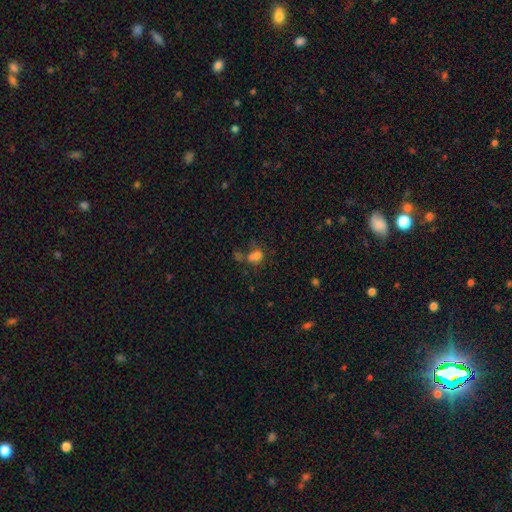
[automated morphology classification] type=smooth (70%); roundness=in between (52%); merging=merger (46%).